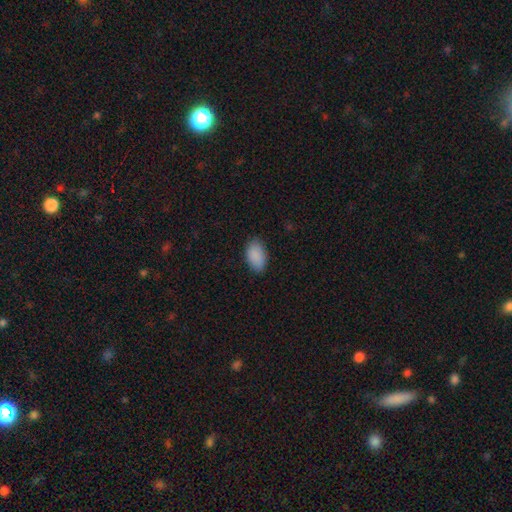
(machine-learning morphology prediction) Smooth or featured? smooth (90%)
How rounded? in between (94%)
Merging? none (83%)